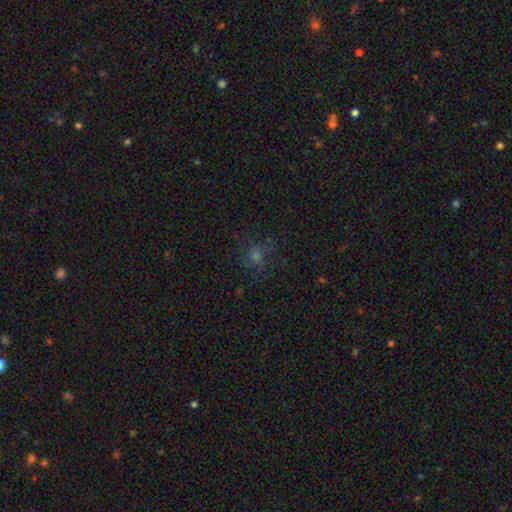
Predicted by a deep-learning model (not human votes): Q: Smooth or featured?
A: smooth (37%); runner-up: star or artifact (36%)
Q: Merging?
A: none (71%); runner-up: minor disturbance (16%)